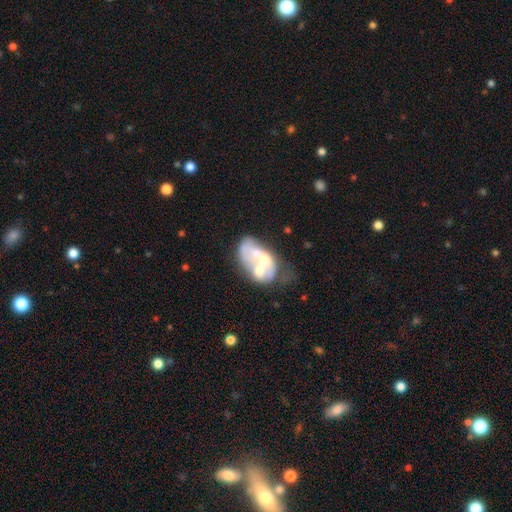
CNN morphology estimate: Smooth or featured: featured or disk — 61% (smooth — 29%)
Edge-on disk: no — 96% (yes — 4%)
Bar: no — 86% (weak — 11%)
Spiral arms: no — 84% (yes — 16%)
Bulge size: moderate — 43% (small — 25%)
Merging: merger — 48% (major disturbance — 19%)